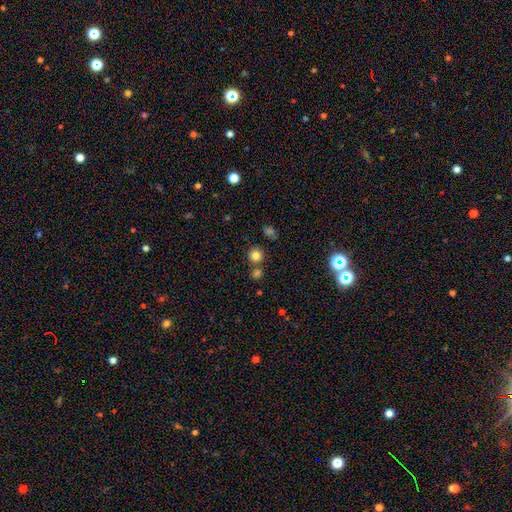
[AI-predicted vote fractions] smooth 81%, star or artifact 13%, featured or disk 6%. Down the decision tree: how rounded — round (90%); merging — none (74%).